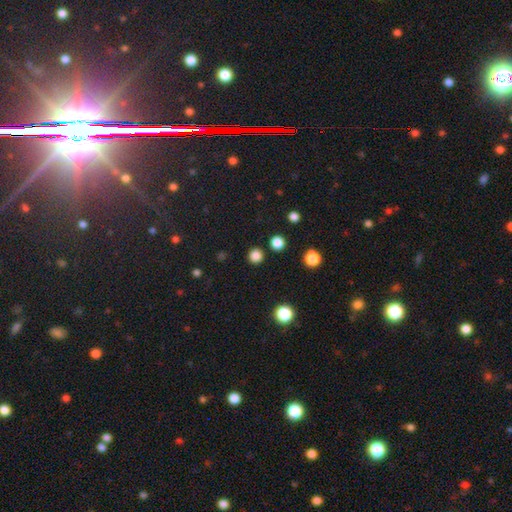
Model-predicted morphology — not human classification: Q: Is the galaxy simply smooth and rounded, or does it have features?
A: smooth — 82%.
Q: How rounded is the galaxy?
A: round — 94%.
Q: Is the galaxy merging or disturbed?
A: none — 90%.